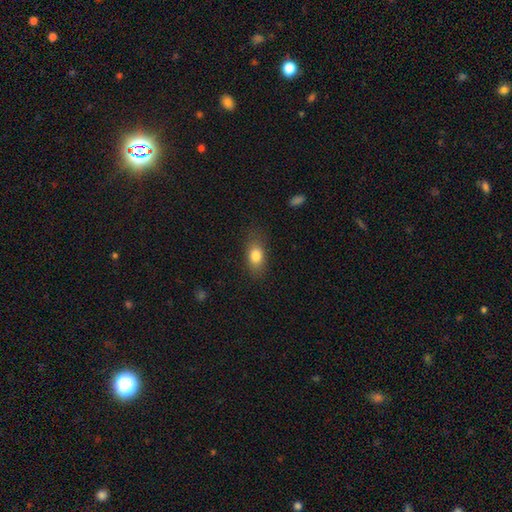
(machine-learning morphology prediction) Q: Smooth or featured?
A: smooth (81%); runner-up: featured or disk (10%)
Q: How rounded?
A: in between (81%); runner-up: round (13%)
Q: Merging?
A: none (80%); runner-up: minor disturbance (14%)